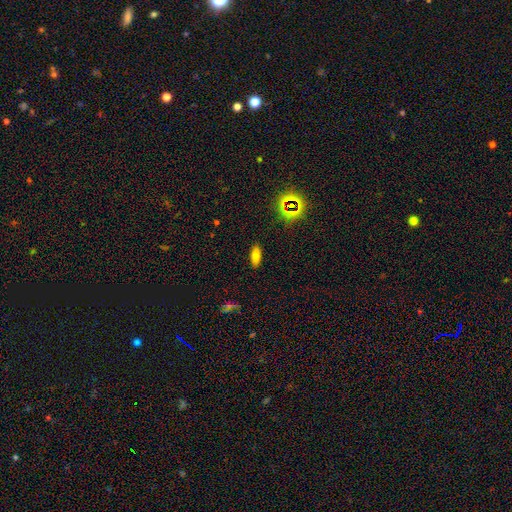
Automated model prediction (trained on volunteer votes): Smooth or featured? Predicted: smooth (p=0.72). How rounded? Predicted: in between (p=0.79). Merging? Predicted: none (p=0.87).